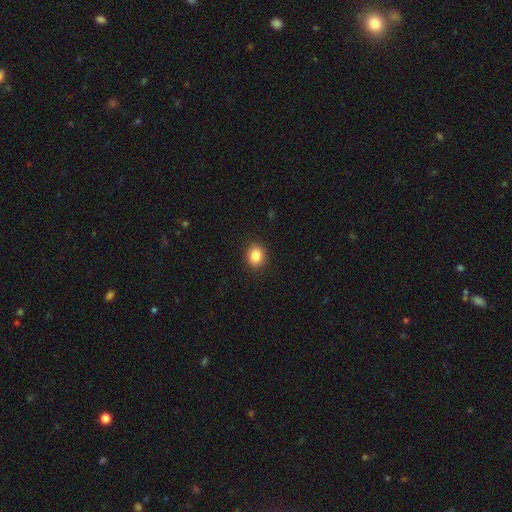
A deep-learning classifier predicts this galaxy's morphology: smooth-or-featured: smooth: 85% | star or artifact: 10% | featured or disk: 5%
  how-rounded: round: 64% | in between: 35% | cigar-shaped: 1%
  merging: none: 90% | minor disturbance: 7% | major disturbance: 2% | merger: 1%